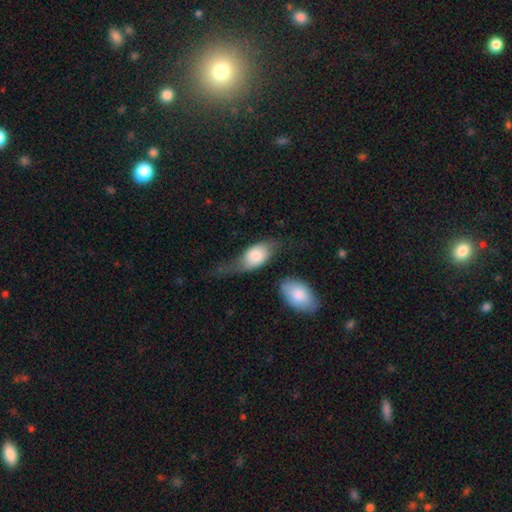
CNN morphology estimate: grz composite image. It shows a smooth galaxy with no disk features (68%) that is in between round and cigar-shaped (87%). Merging: major disturbance (33%).